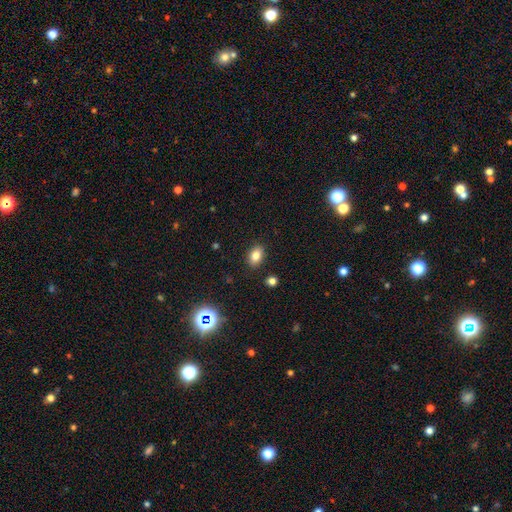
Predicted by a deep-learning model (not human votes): smooth 81%, star or artifact 11%, featured or disk 8%. Down the decision tree: how rounded — in between (82%); merging — none (87%).